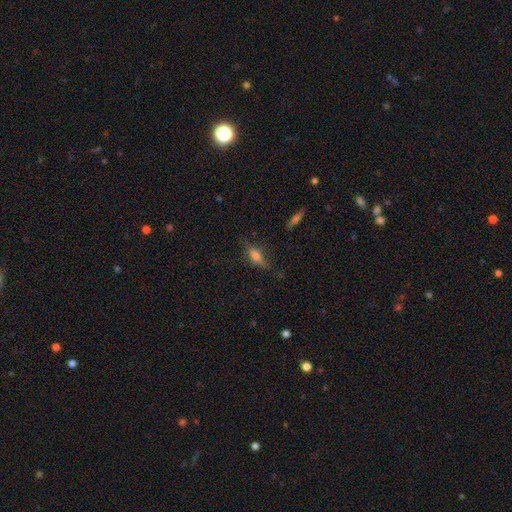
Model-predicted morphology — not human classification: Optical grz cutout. It shows a smooth galaxy with no disk features (52%) that is in between round and cigar-shaped (51%). Merging: none (65%).